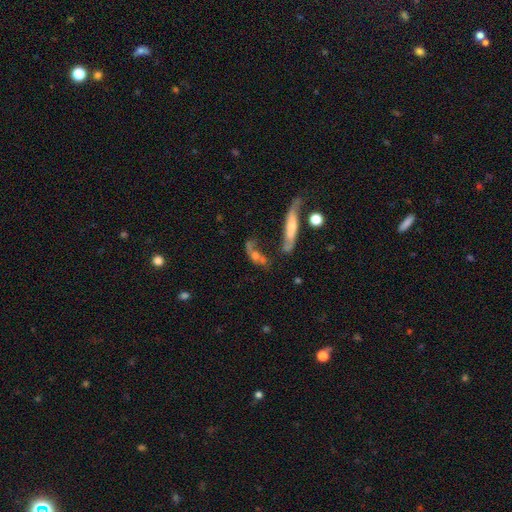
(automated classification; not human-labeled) This is possibly a featured or disk galaxy (51%). It is likely not viewed edge-on (60%). Merging: marginally merger (32%).